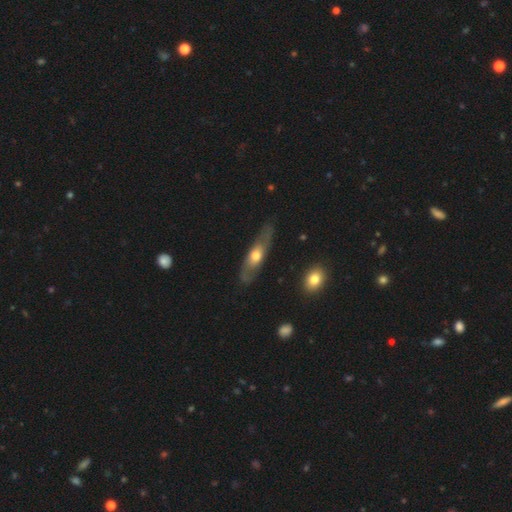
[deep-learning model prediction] Smooth or featured?
  - featured or disk: 56% *
  - smooth: 38%
  - star or artifact: 5%
Edge-on disk?
  - yes: 51% *
  - no: 49%
Merging?
  - none: 75% *
  - minor disturbance: 17%
  - major disturbance: 5%
  - merger: 2%